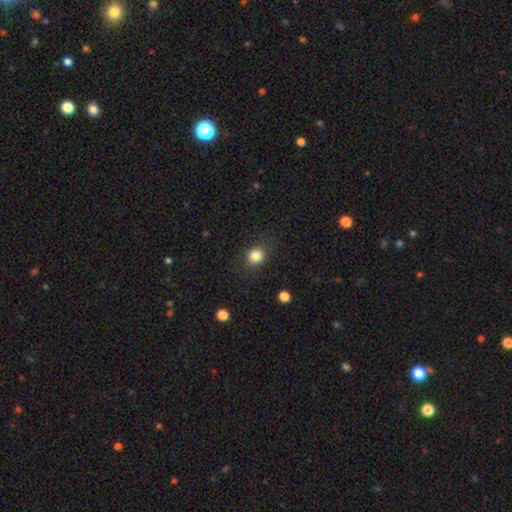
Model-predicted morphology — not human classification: The model was most divided on "how rounded": round: 81%, in between: 18%, cigar-shaped: 1%. More confident: smooth or featured — smooth (84%); merging — none (83%).